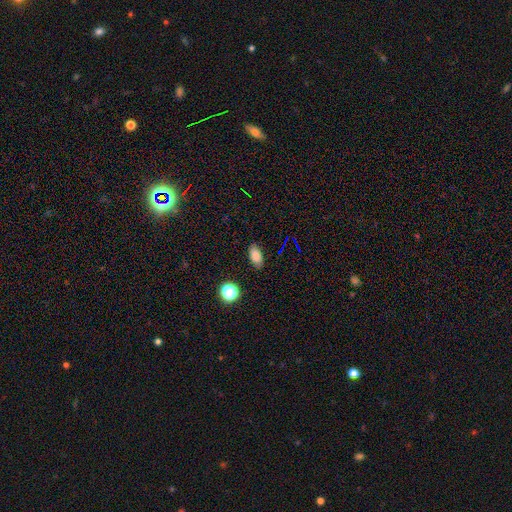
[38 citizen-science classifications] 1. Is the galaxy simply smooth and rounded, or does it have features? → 95% smooth, 3% featured or disk, 3% star or artifact.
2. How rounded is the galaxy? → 94% in between, 6% round, 0% cigar-shaped.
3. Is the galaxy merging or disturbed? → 86% none, 8% minor disturbance, 5% major disturbance, 0% merger.